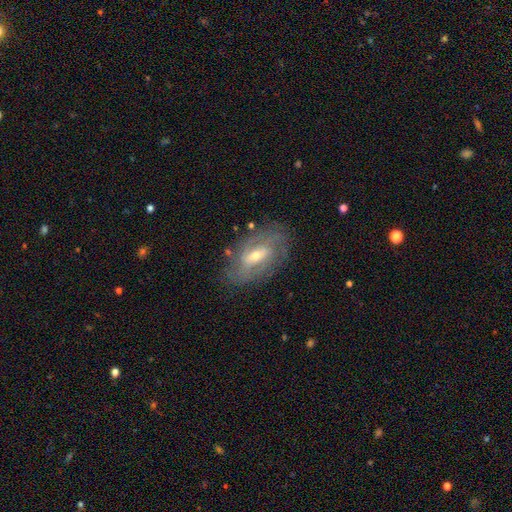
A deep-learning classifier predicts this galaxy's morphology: This is likely a featured or disk galaxy (78%). It is clearly not viewed edge-on (92%). Bar: possibly weak (47%). Spiral arm pattern: clearly yes (84%). Spiral arm count: marginally 2 (40%). Spiral winding: possibly tight (51%). Central bulge: possibly moderate (49%). Merging: likely none (75%).